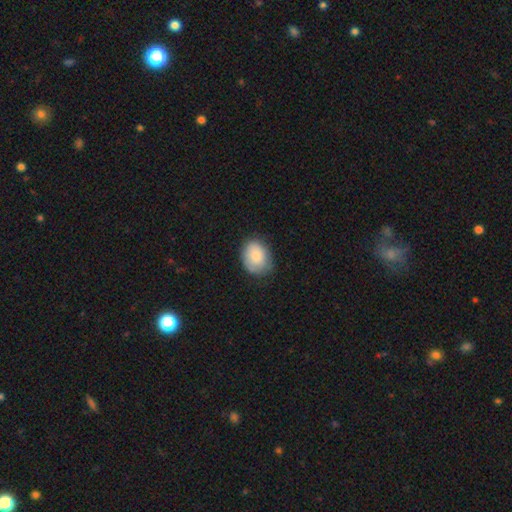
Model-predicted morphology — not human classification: Smooth or featured: smooth — 83% (featured or disk — 10%)
How rounded: in between — 58% (round — 41%)
Merging: none — 69% (minor disturbance — 24%)